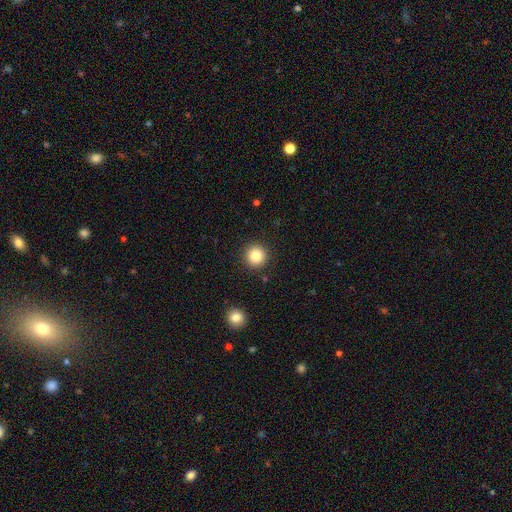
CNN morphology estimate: The model was most divided on "smooth or featured": smooth: 83%, star or artifact: 10%, featured or disk: 7%. More confident: how rounded — round (95%); merging — none (91%).